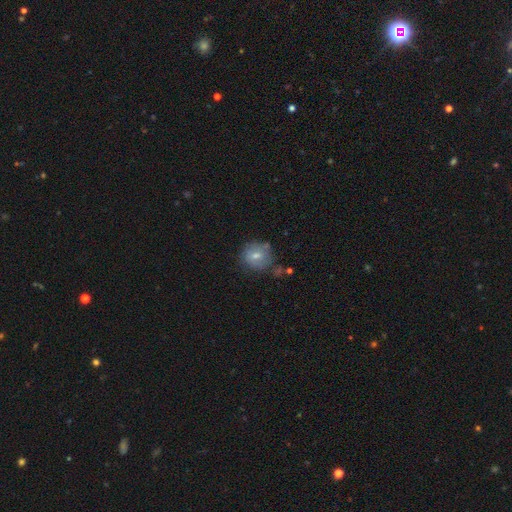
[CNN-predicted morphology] smooth_or_featured: smooth (p=0.53) [alt: featured or disk p=0.31]
how_rounded: round (p=0.82) [alt: in between p=0.17]
merging: none (p=0.71) [alt: minor disturbance p=0.18]